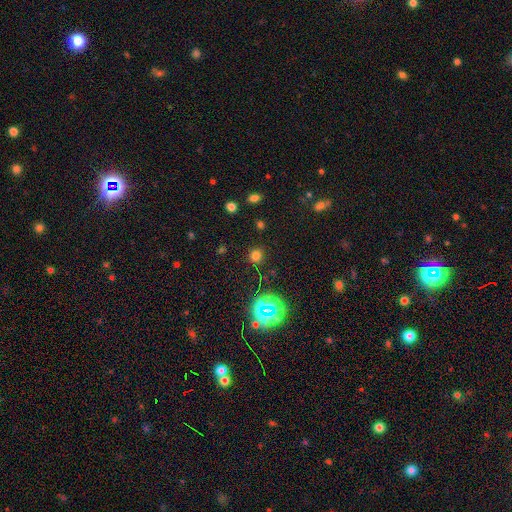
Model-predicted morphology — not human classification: smooth 68%, star or artifact 26%, featured or disk 6%. Down the decision tree: how rounded — round (91%); merging — none (88%).